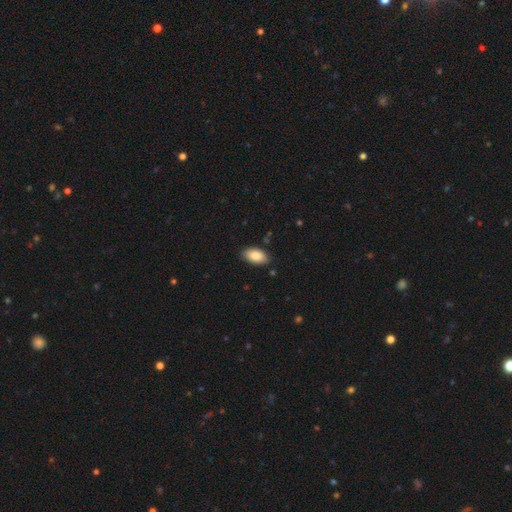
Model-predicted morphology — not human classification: This appears to be a smooth galaxy with no disk features (88%) that is in between round and cigar-shaped (95%). Merging: none (86%).